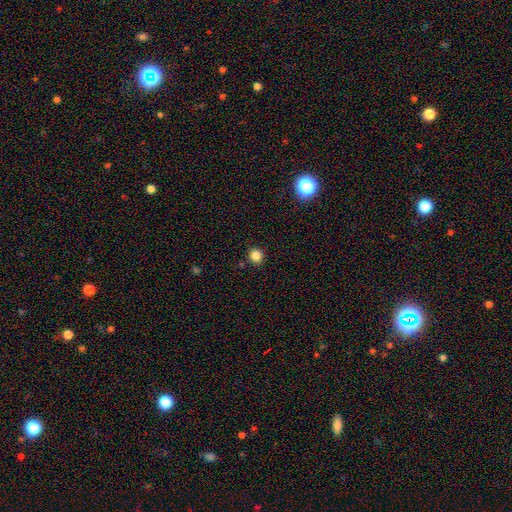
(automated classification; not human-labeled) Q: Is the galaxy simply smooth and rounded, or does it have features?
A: smooth — 84%.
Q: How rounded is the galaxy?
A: round — 89%.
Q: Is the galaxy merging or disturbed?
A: none — 90%.